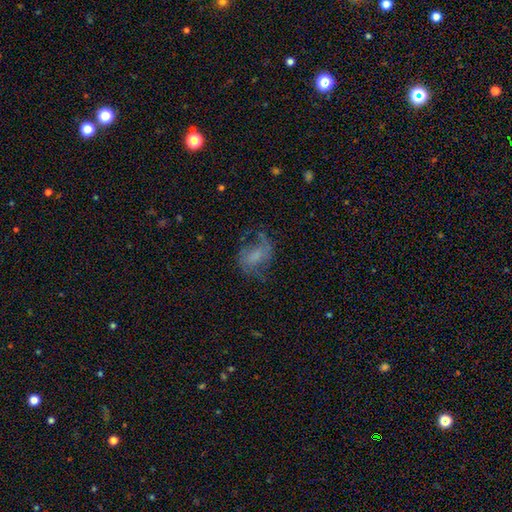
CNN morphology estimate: A featured or disk galaxy (62%) with no bar (44%, tied with weak), 2 (81%) loose (45%) spiral arms (84%) and no central bulge (37%).

Vote fractions:
- Smooth or featured? featured or disk: 62% / smooth: 28% / star or artifact: 10%
- Edge-on disk? no: 97% / yes: 3%
- Bar? no: 44% (tied) / weak: 44% (tied) / strong: 13%
- Spiral arms? yes: 84% / no: 16%
- Spiral winding? loose: 45% / medium: 43% / tight: 12%
- Spiral arm count? 2: 81% / can't tell: 9% / 1: 6% / 3: 2% / 4: 1% / more than 4: 1%
- Bulge size? none: 37% / small: 27% / moderate: 24% / large: 10% / dominant: 2%
- Merging? none: 54% / major disturbance: 23% / minor disturbance: 21% / merger: 2%